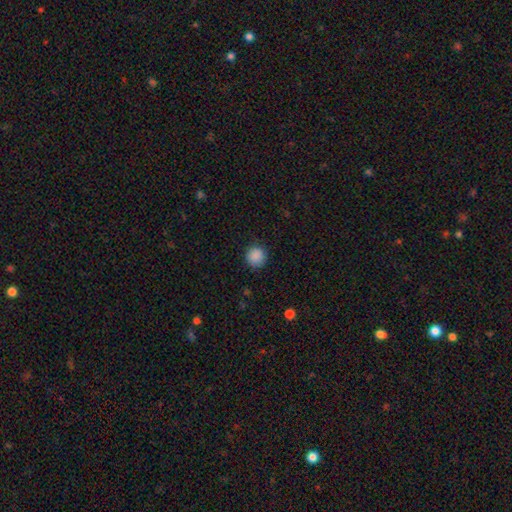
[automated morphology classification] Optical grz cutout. It shows a smooth galaxy with no disk features (88%) that is round (93%). Merging: none (88%).